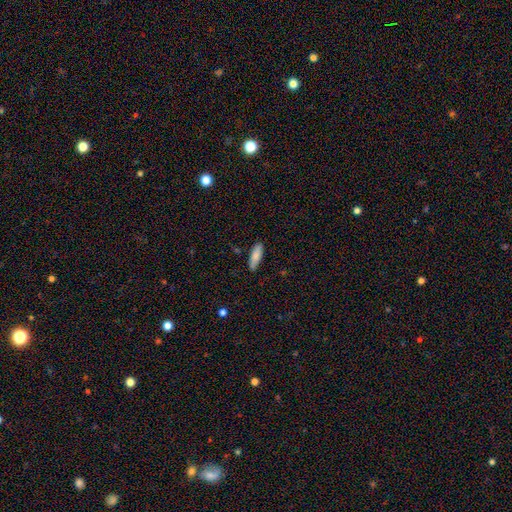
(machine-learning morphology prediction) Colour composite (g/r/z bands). It shows a smooth galaxy with no disk features (83%) that is cigar-shaped (50%). Merging: none (85%).